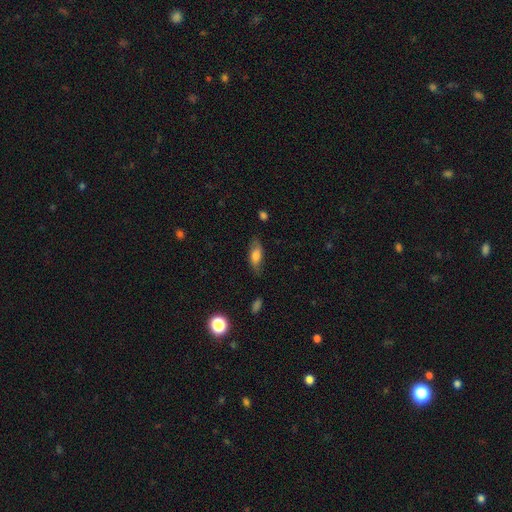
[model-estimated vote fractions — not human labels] Smooth or featured?
  - smooth: 69% *
  - featured or disk: 23%
  - star or artifact: 8%
How rounded?
  - in between: 74% *
  - cigar-shaped: 22%
  - round: 4%
Merging?
  - none: 73% *
  - minor disturbance: 20%
  - major disturbance: 5%
  - merger: 2%